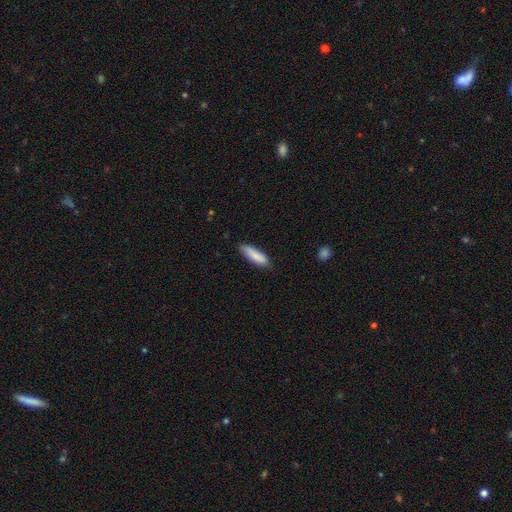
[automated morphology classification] A smooth galaxy with no disk features (84%) that is cigar-shaped (59%). Merging: none (80%).